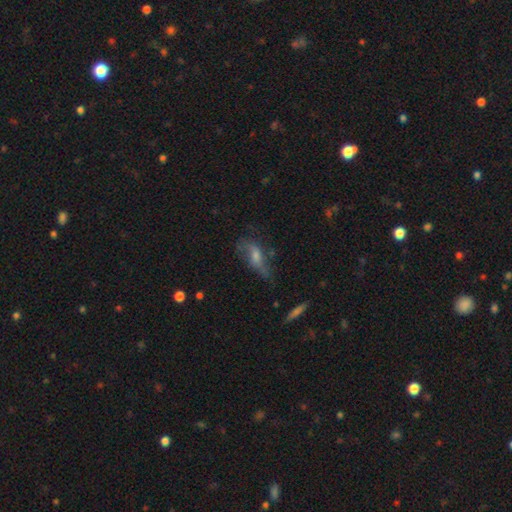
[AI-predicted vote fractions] Overall: featured or disk (50%; smooth 36%). Edge-on disk: no (78%). Merging: none (47%; minor disturbance 27%).